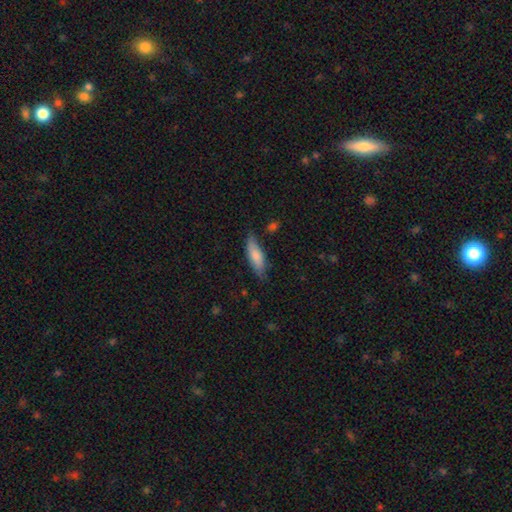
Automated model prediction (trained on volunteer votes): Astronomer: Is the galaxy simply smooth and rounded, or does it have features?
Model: smooth — 78%.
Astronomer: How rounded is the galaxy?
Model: in between — 54% (runner-up: cigar-shaped, 44%).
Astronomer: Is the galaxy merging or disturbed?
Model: none — 71%.